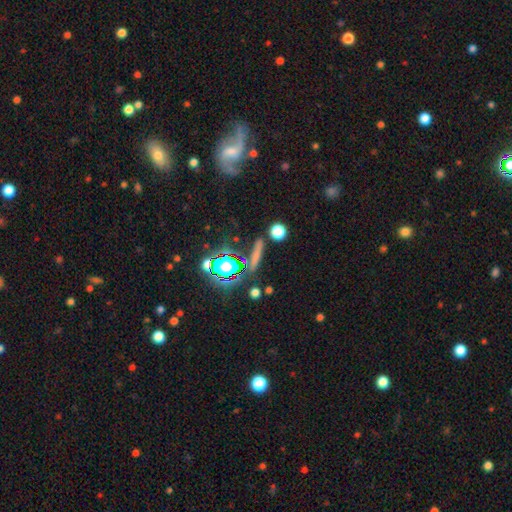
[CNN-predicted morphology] A smooth galaxy with no disk features (54%) that is cigar-shaped (75%). Merging: none (80%).